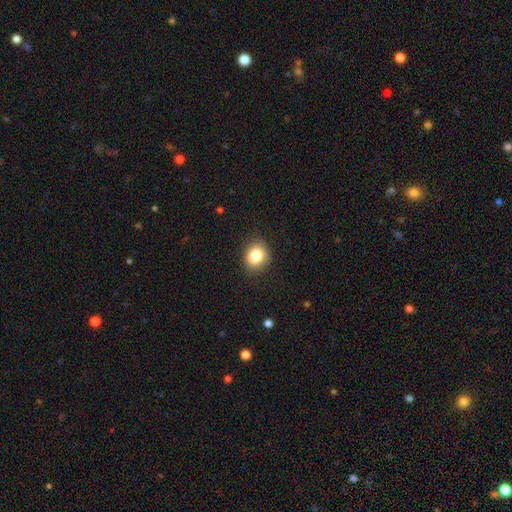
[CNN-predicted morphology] This appears to be a smooth galaxy with no disk features (83%) that is round (58%). Merging: none (85%).